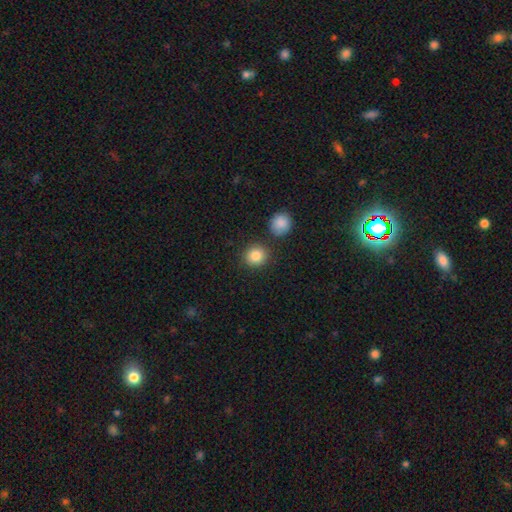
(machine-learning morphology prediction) smooth 86%, star or artifact 9%, featured or disk 5%. Down the decision tree: how rounded — round (87%); merging — none (82%).